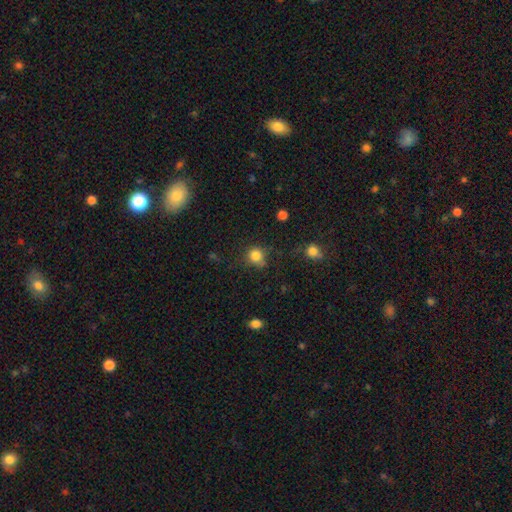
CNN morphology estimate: This is clearly a smooth galaxy (82%). How rounded: clearly round (87%). Merging: likely none (71%).